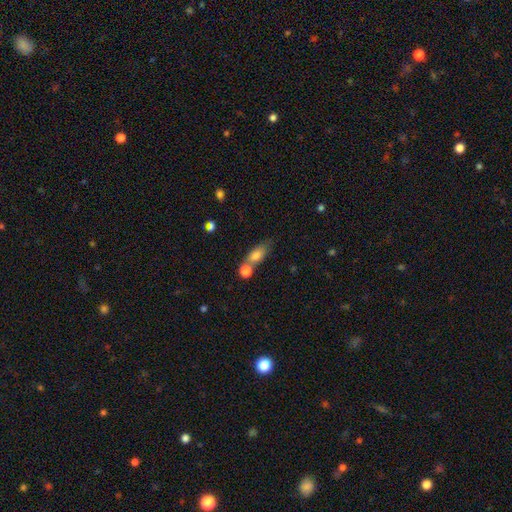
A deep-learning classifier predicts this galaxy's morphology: Overall: smooth (78%). How rounded: in between (74%). Merging: none (42%; merger 40%).